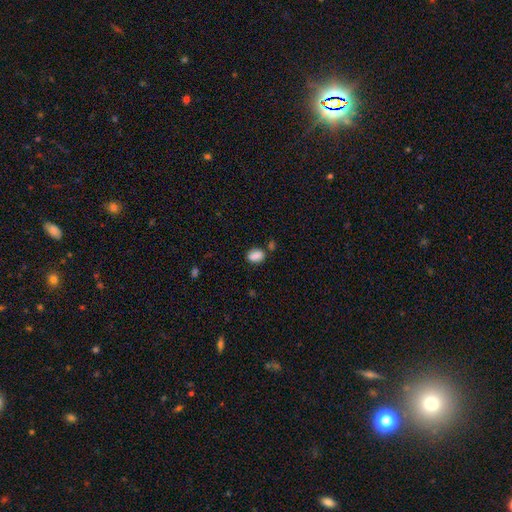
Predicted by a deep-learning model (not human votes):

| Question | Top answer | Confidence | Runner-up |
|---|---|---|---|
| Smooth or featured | smooth | 84% | star or artifact (9%) |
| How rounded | in between | 74% | round (24%) |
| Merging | none | 68% | minor disturbance (16%) |